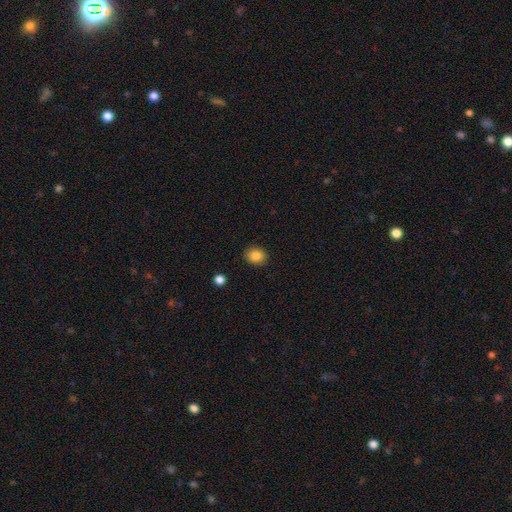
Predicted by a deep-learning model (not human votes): smooth-or-featured: smooth: 85% | star or artifact: 10% | featured or disk: 5%
  how-rounded: round: 63% | in between: 36% | cigar-shaped: 1%
  merging: none: 90% | minor disturbance: 7% | major disturbance: 2% | merger: 1%